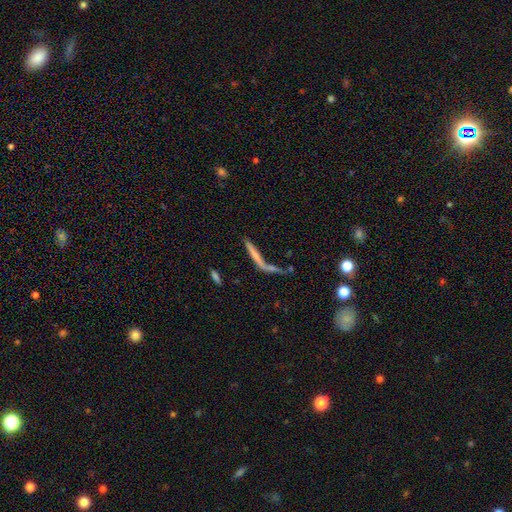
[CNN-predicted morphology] smooth-or-featured: smooth: 52% | featured or disk: 38% | star or artifact: 10%
  how-rounded: cigar-shaped: 90% | in between: 8% | round: 2%
  merging: none: 34% | merger: 30% | major disturbance: 22% | minor disturbance: 14%